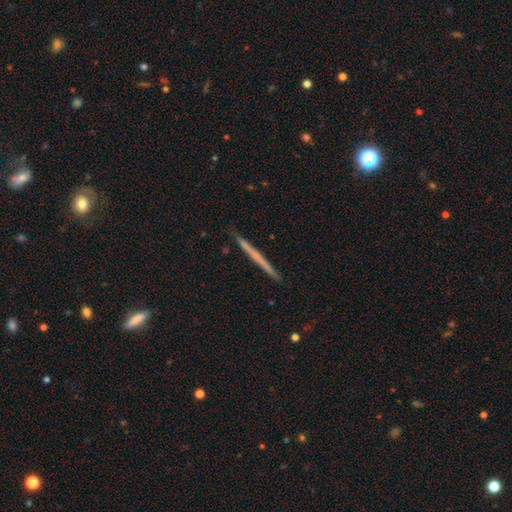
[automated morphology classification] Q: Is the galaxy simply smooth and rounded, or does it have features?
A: featured or disk — 48%.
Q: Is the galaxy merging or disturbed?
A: none — 91%.